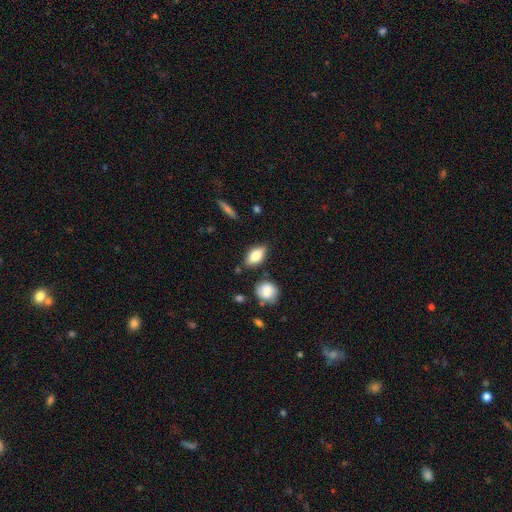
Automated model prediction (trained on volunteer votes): smooth 77%, featured or disk 16%, star or artifact 7%. Down the decision tree: how rounded — in between (85%); merging — none (80%).